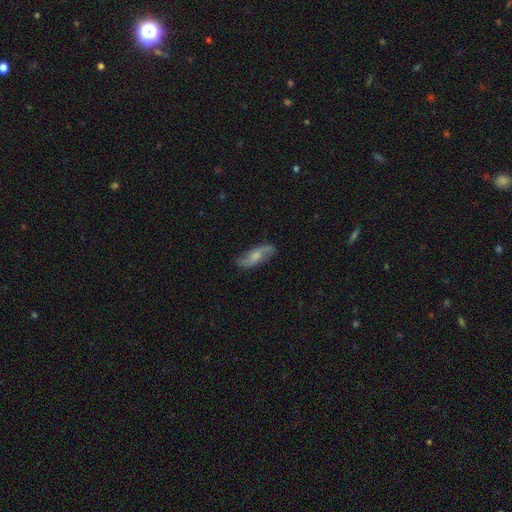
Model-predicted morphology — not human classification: smooth_or_featured: featured or disk (p=0.60) [alt: smooth p=0.33]
disk_edge_on: no (p=0.85) [alt: yes p=0.15]
bar: no (p=0.57) [alt: weak p=0.35]
has_spiral_arms: yes (p=0.90) [alt: no p=0.10]
bulge_size: moderate (p=0.46) [alt: small p=0.35]
merging: none (p=0.79) [alt: minor disturbance p=0.16]